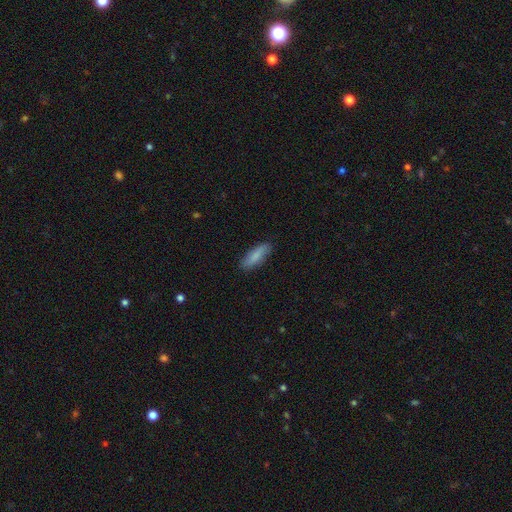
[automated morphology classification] Overall: smooth (84%). How rounded: cigar-shaped (50%; in between 48%). Merging: none (85%).